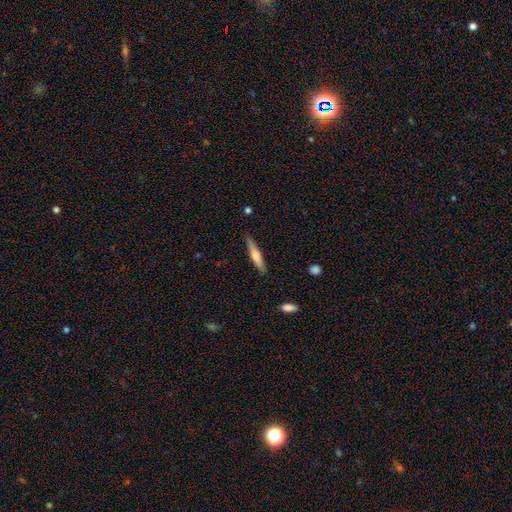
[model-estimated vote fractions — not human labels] This appears to be a smooth galaxy with no disk features (57%) that is cigar-shaped (89%). Merging: none (86%).